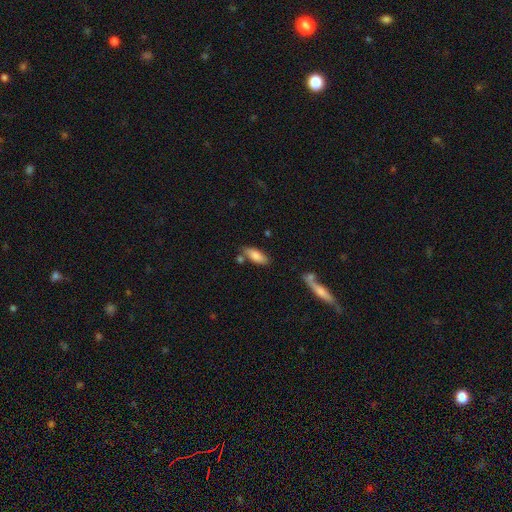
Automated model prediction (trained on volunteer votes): Smooth or featured? Predicted: smooth (p=0.81). How rounded? Predicted: in between (p=0.75). Merging? Predicted: none (p=0.70).